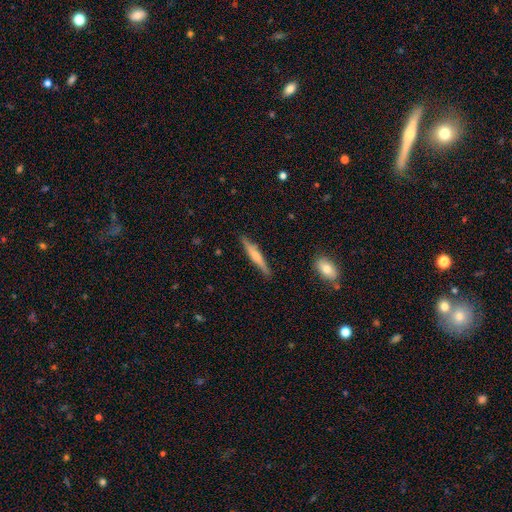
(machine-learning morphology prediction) Smooth or featured: smooth — 47% (tied with featured or disk — 47%)
Merging: none — 87% (minor disturbance — 10%)